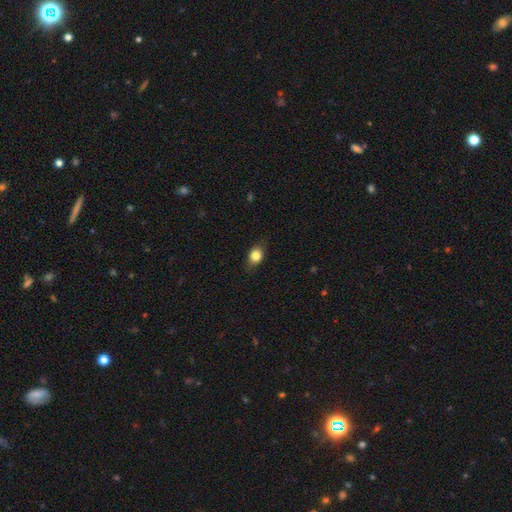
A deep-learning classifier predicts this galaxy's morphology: smooth_or_featured: smooth (p=0.80) [alt: featured or disk p=0.12]
how_rounded: in between (p=0.66) [alt: round p=0.30]
merging: none (p=0.79) [alt: minor disturbance p=0.17]